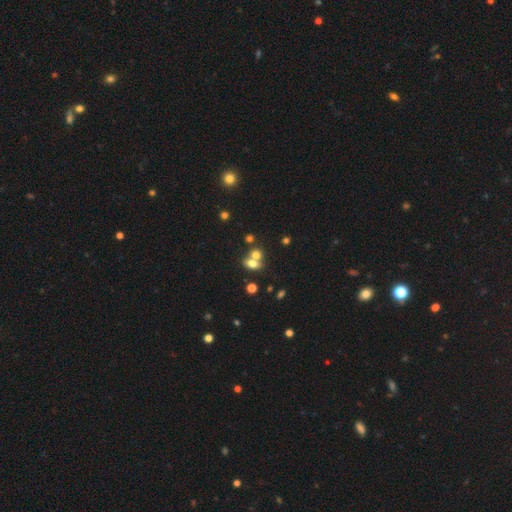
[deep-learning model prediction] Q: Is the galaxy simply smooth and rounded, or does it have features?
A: smooth — 70%.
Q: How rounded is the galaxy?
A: in between — 60%.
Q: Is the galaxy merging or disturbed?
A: merger — 52%.